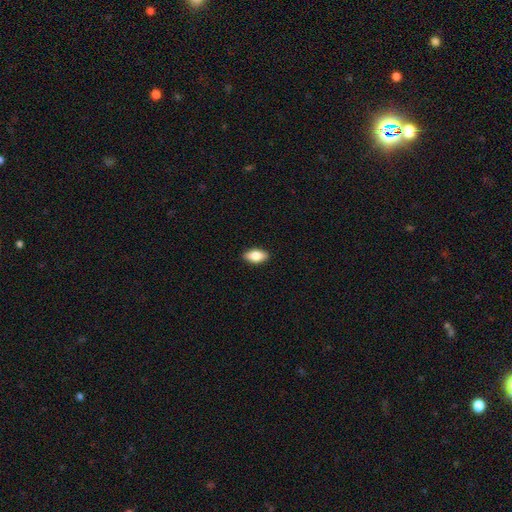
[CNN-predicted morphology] Overall: smooth (80%). How rounded: in between (90%). Merging: none (90%).